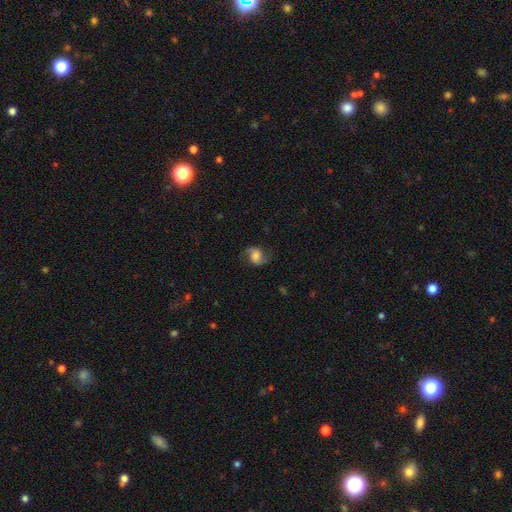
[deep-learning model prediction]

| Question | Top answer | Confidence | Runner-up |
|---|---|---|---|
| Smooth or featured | featured or disk | 71% | smooth (21%) |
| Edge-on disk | no | 97% | yes (3%) |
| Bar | no | 52% | weak (37%) |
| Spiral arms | yes | 95% | no (5%) |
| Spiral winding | loose | 52% | medium (38%) |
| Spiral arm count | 2 | 92% | can't tell (3%) |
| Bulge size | moderate | 38% | large (26%) |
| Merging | none | 77% | minor disturbance (15%) |